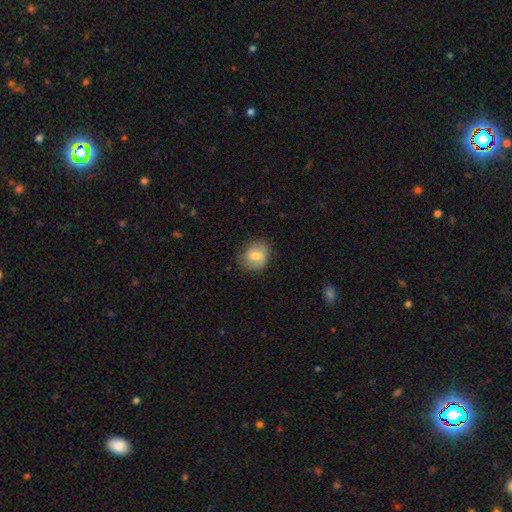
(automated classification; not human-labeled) This is likely a smooth galaxy (64%). How rounded: likely round (63%). Merging: likely none (73%).